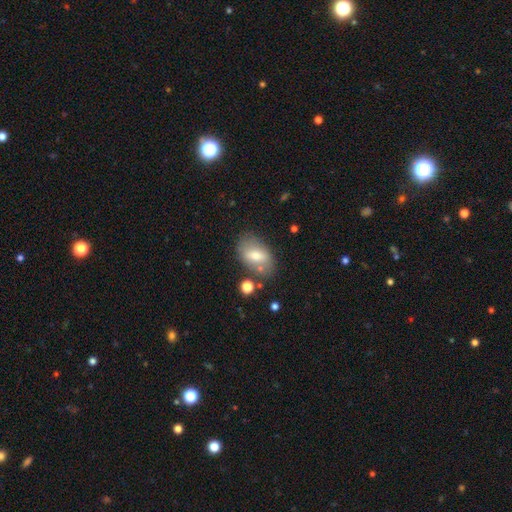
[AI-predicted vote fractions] Morphology: type=smooth (67%); roundness=in between (89%); merging=none (70%).